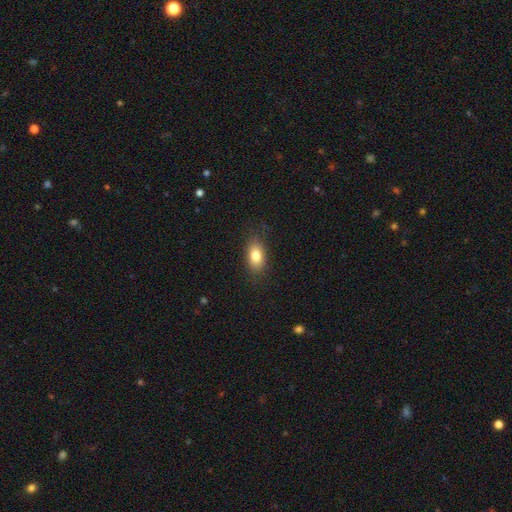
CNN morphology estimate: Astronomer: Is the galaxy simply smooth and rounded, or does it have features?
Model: smooth — 82%.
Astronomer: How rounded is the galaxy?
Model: in between — 87%.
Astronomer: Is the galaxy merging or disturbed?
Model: none — 82%.